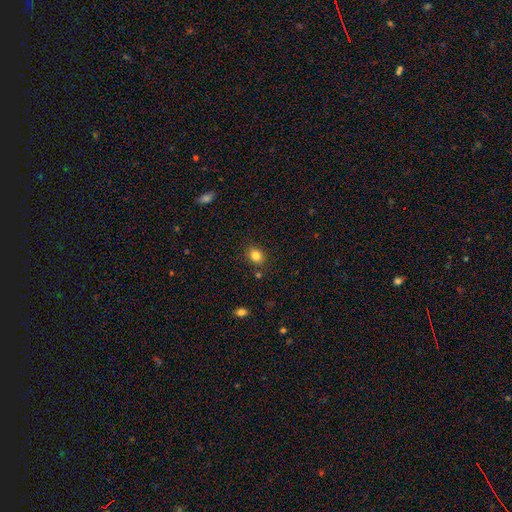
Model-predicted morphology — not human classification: The model was most divided on "how rounded" (2-way tie): in between: 50%, round: 50%, cigar-shaped: 1%. More confident: merging — none (84%); smooth or featured — smooth (83%).